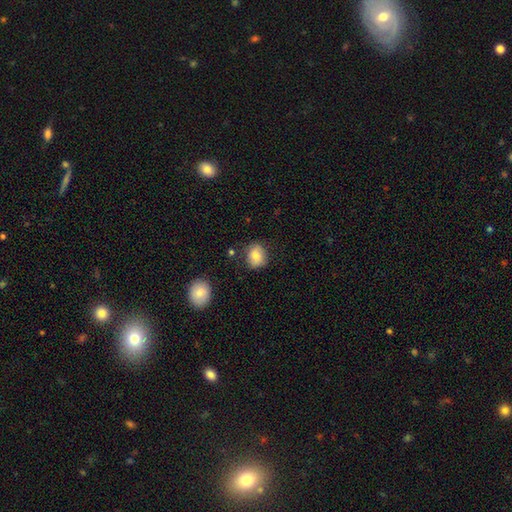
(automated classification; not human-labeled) A smooth galaxy with no disk features (81%) that is round (63%).

Vote fractions:
- Smooth or featured? smooth: 81% / featured or disk: 10% / star or artifact: 8%
- How rounded? round: 63% / in between: 36% / cigar-shaped: 1%
- Merging? none: 77% / minor disturbance: 17% / major disturbance: 4% / merger: 3%